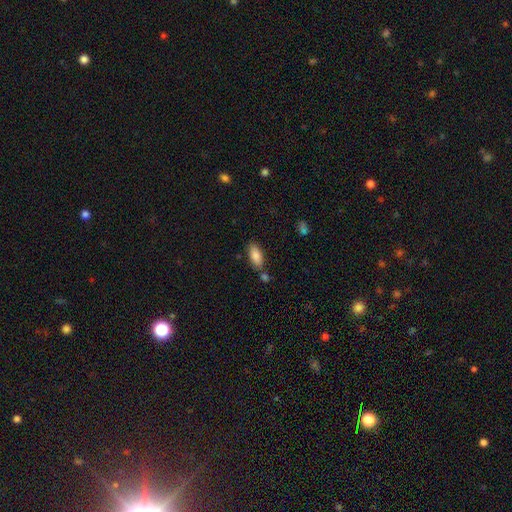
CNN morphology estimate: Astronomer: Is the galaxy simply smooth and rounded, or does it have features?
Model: smooth — 85%.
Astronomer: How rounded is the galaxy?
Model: in between — 85%.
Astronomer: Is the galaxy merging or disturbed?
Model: none — 73%.